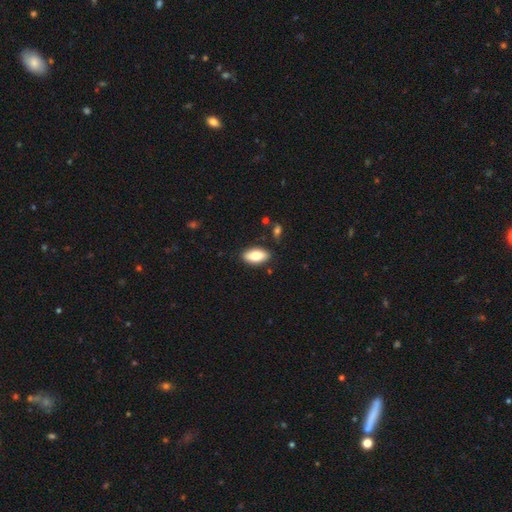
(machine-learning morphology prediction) Smooth or featured?
  - smooth: 78% *
  - featured or disk: 15%
  - star or artifact: 7%
How rounded?
  - in between: 91% *
  - cigar-shaped: 6%
  - round: 3%
Merging?
  - none: 85% *
  - minor disturbance: 10%
  - merger: 2%
  - major disturbance: 2%